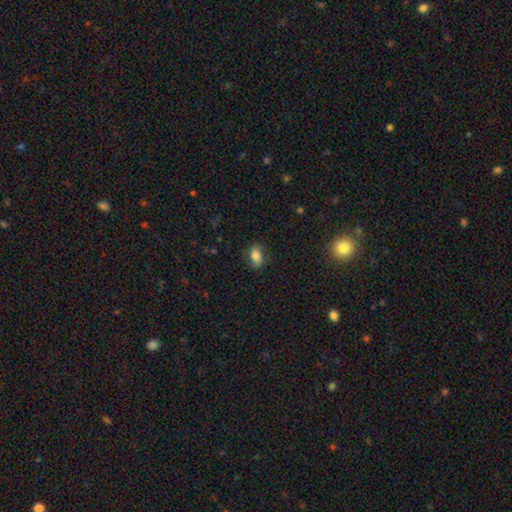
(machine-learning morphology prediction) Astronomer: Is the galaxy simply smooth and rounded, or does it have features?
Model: smooth — 68%.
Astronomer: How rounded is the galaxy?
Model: in between — 85%.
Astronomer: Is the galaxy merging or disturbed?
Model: none — 76%.